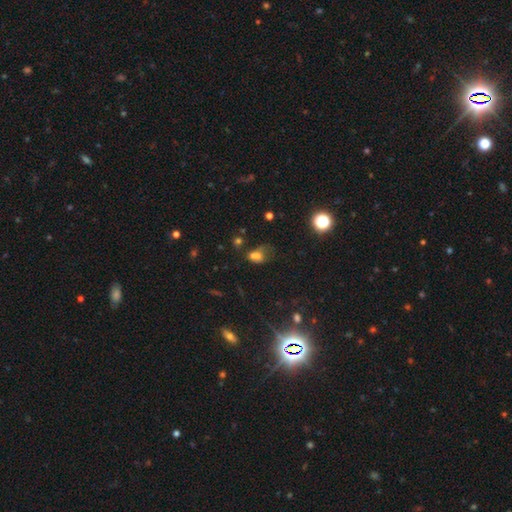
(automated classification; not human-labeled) Smooth or featured? Predicted: smooth (p=0.59). How rounded? Predicted: in between (p=0.60). Merging? Predicted: merger (p=0.37).